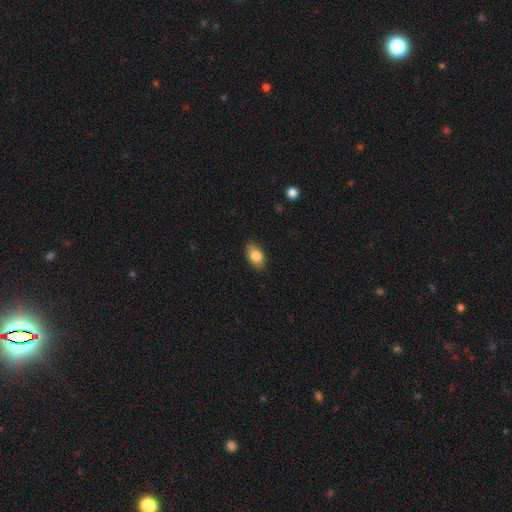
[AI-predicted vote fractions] The model was most divided on "smooth or featured": smooth: 83%, featured or disk: 10%, star or artifact: 7%. More confident: how rounded — in between (90%); merging — none (88%).